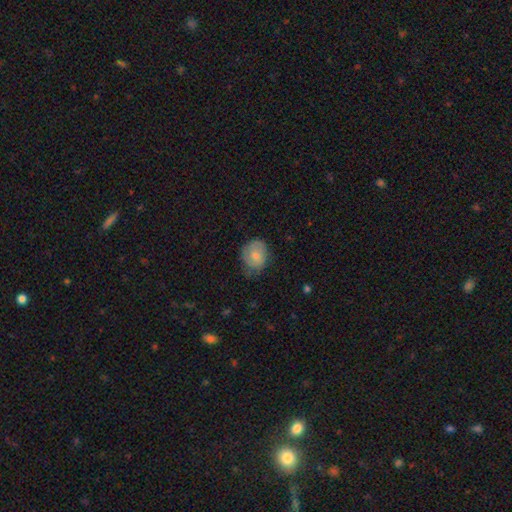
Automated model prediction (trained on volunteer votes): smooth_or_featured: smooth (p=0.71) [alt: featured or disk p=0.21]
how_rounded: round (p=0.57) [alt: in between p=0.42]
merging: none (p=0.56) [alt: minor disturbance p=0.33]